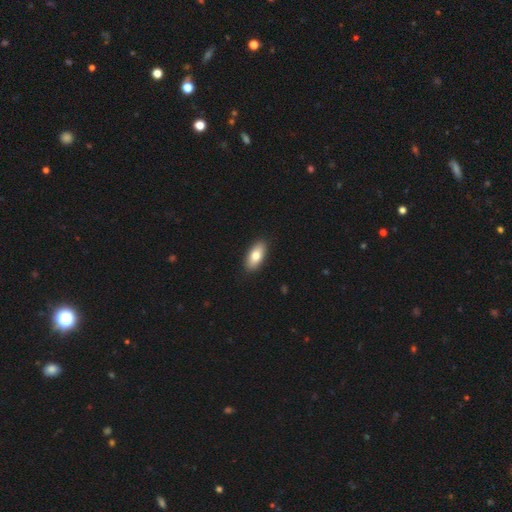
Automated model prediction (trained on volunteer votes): A smooth galaxy with no disk features (78%) that is in between round and cigar-shaped (89%). Merging: none (90%).